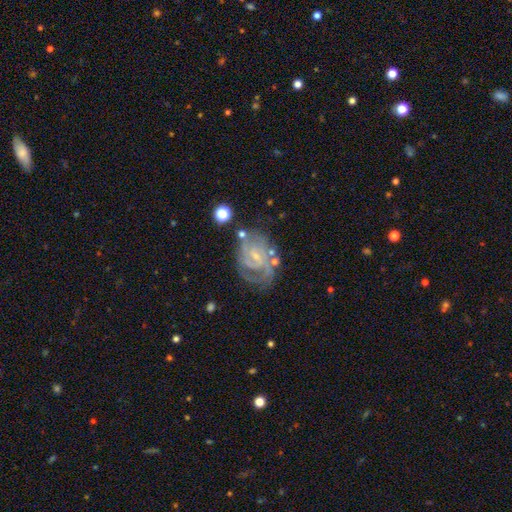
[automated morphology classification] Q: Smooth or featured?
A: featured or disk (81%); runner-up: smooth (10%)
Q: Edge-on disk?
A: no (97%); runner-up: yes (3%)
Q: Bar?
A: weak (45%); runner-up: no (42%)
Q: Spiral arms?
A: yes (93%); runner-up: no (7%)
Q: Spiral winding?
A: tight (59%); runner-up: medium (33%)
Q: Spiral arm count?
A: 2 (39%); runner-up: can't tell (27%)
Q: Bulge size?
A: small (71%); runner-up: moderate (14%)
Q: Merging?
A: none (60%); runner-up: minor disturbance (21%)